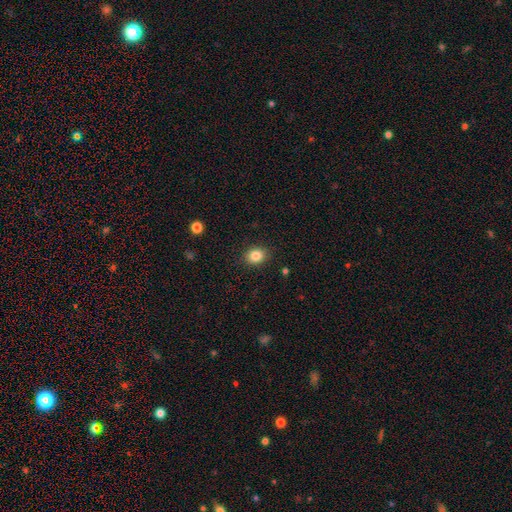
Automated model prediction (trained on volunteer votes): This is clearly a smooth galaxy (84%). How rounded: possibly round (50%). Merging: clearly none (88%).